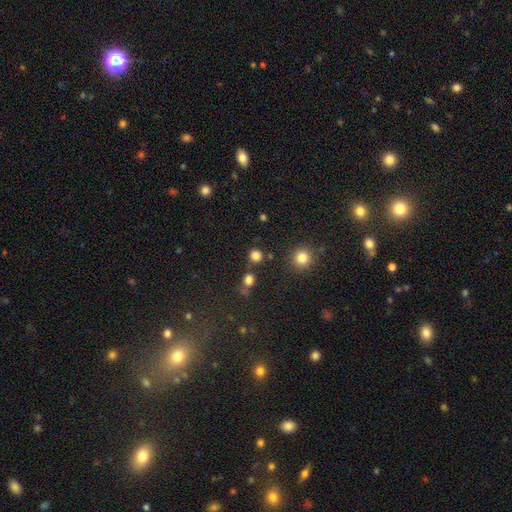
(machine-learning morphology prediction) Overall: smooth (80%). How rounded: round (86%). Merging: none (78%).